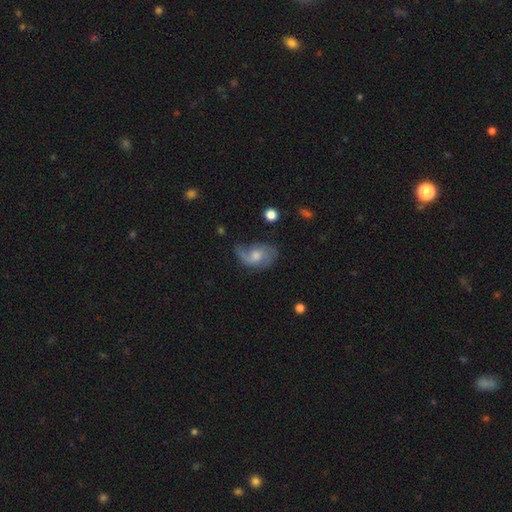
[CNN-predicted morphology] Smooth or featured?
  - featured or disk: 68% *
  - smooth: 25%
  - star or artifact: 8%
Edge-on disk?
  - no: 97% *
  - yes: 3%
Bar?
  - no: 63% *
  - weak: 33%
  - strong: 4%
Spiral arms?
  - yes: 89% *
  - no: 11%
Spiral winding?
  - loose: 55% *
  - medium: 34%
  - tight: 11%
Spiral arm count?
  - 2: 64% *
  - 1: 21%
  - can't tell: 9%
  - 3: 3%
  - 4: 1%
  - more than 4: 1%
Bulge size?
  - moderate: 53% *
  - small: 30%
  - large: 7%
  - none: 7%
  - dominant: 1%
Merging?
  - none: 45% *
  - minor disturbance: 29%
  - major disturbance: 23%
  - merger: 3%